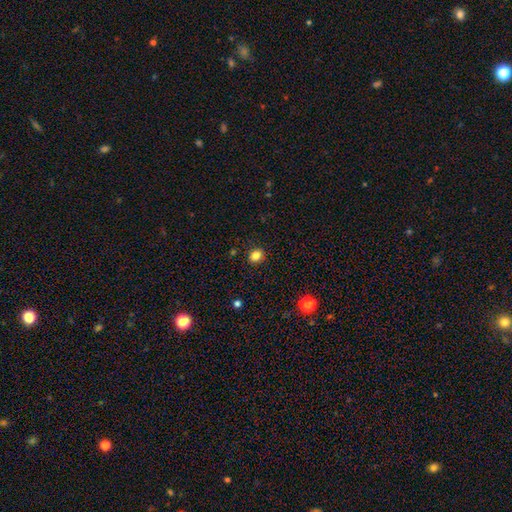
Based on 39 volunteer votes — smooth 87%, featured or disk 8%, star or artifact 5%. Down the decision tree: how rounded — round (50%, tied with in between); merging — none (84%).